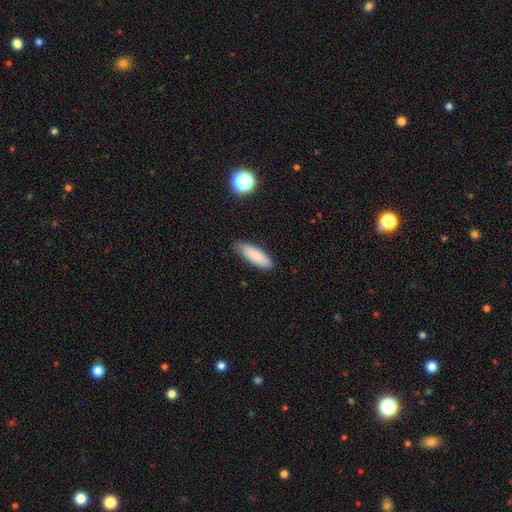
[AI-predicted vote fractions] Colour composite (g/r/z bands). It shows a smooth galaxy with no disk features (86%) that is in between round and cigar-shaped (55%). Merging: none (83%).